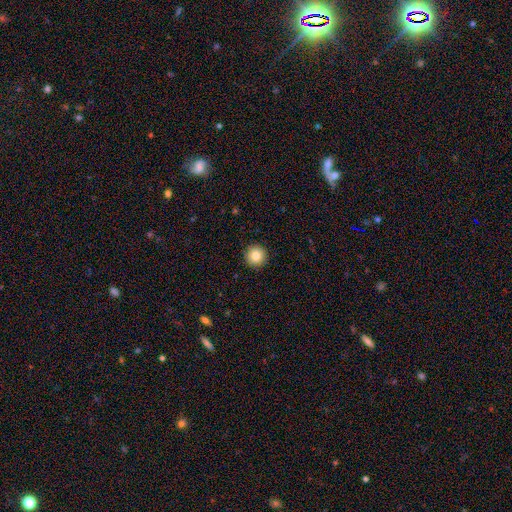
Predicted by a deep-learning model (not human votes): This is clearly a smooth galaxy (84%). How rounded: clearly round (96%). Merging: clearly none (92%).